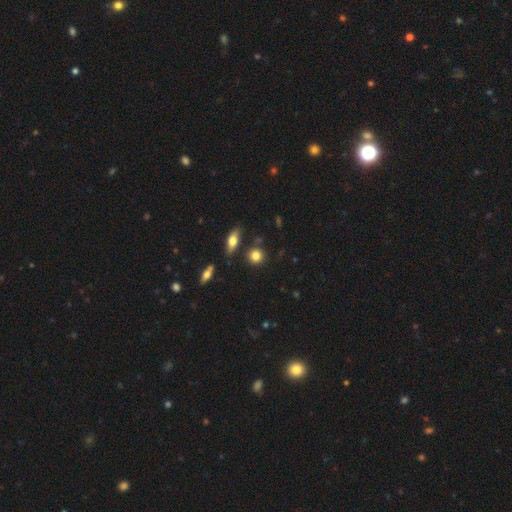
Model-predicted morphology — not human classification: Smooth or featured: smooth — 82% (star or artifact — 10%)
How rounded: round — 85% (in between — 13%)
Merging: none — 80% (minor disturbance — 10%)